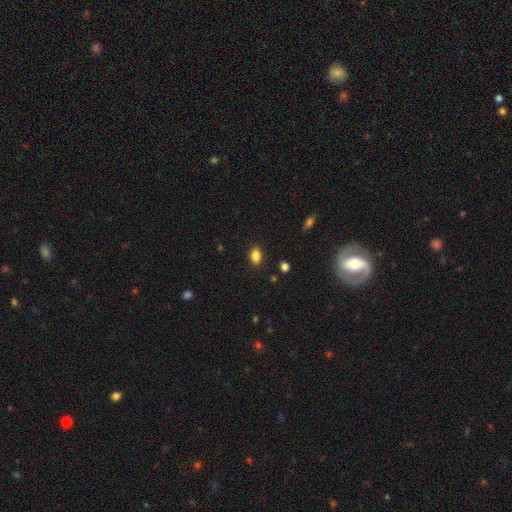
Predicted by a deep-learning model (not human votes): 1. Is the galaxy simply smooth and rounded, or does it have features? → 86% smooth, 10% star or artifact, 5% featured or disk.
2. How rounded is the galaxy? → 86% in between, 12% round, 2% cigar-shaped.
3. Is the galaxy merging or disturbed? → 88% none, 9% minor disturbance, 2% major disturbance, 1% merger.